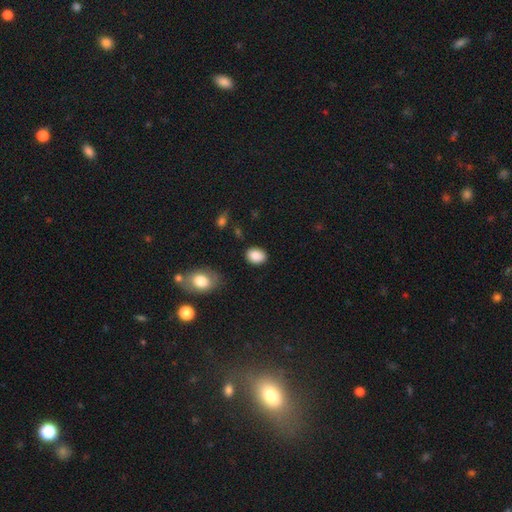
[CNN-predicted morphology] smooth 88%, star or artifact 8%, featured or disk 4%. Down the decision tree: how rounded — in between (66%); merging — none (82%).